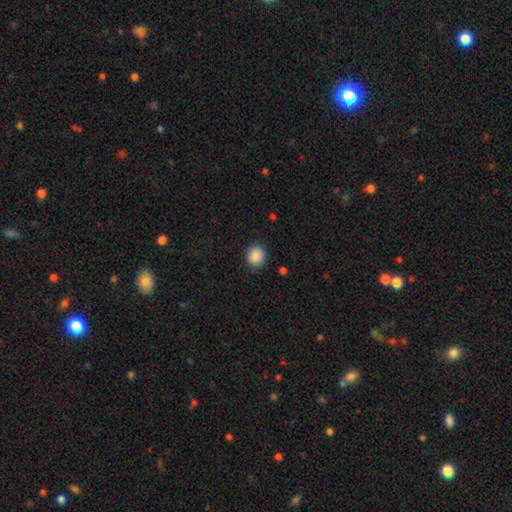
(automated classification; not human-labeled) Morphology: type=smooth (88%); roundness=round (84%); merging=none (86%).